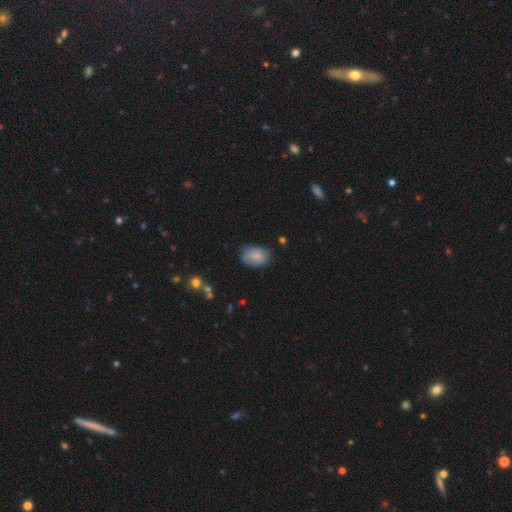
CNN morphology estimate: Smooth or featured? Predicted: smooth (p=0.77). How rounded? Predicted: in between (p=0.81). Merging? Predicted: none (p=0.70).